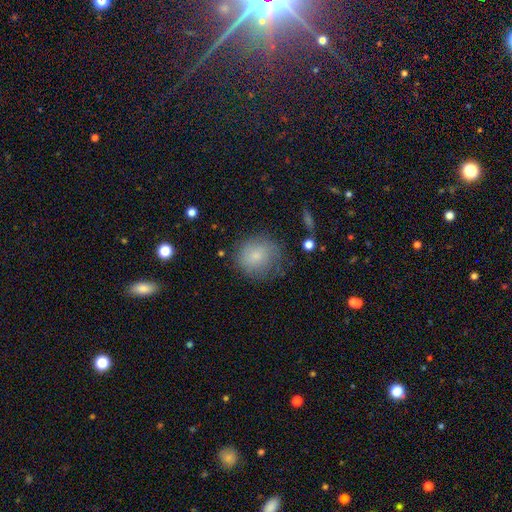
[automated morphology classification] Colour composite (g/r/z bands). It shows a smooth galaxy with no disk features (77%) that is round (85%). Merging: none (66%).